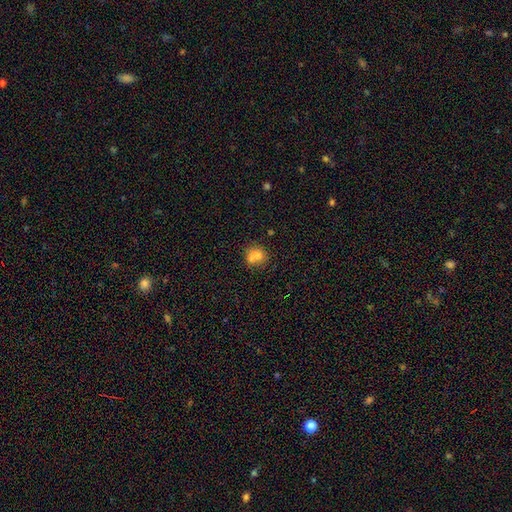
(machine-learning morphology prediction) Smooth or featured?
  - smooth: 71% *
  - featured or disk: 17%
  - star or artifact: 12%
How rounded?
  - round: 75% *
  - in between: 24%
  - cigar-shaped: 1%
Merging?
  - none: 44% *
  - merger: 39%
  - minor disturbance: 13%
  - major disturbance: 5%